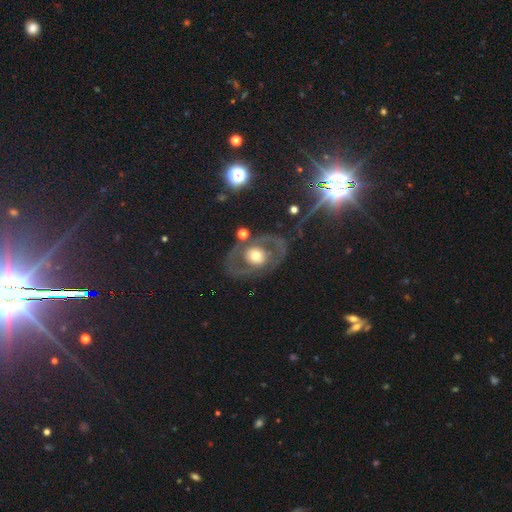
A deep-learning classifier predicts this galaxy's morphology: Smooth or featured?
  - featured or disk: 67% *
  - smooth: 26%
  - star or artifact: 8%
Edge-on disk?
  - no: 94% *
  - yes: 6%
Bar?
  - no: 77% *
  - weak: 16%
  - strong: 7%
Spiral arms?
  - no: 56% *
  - yes: 44%
Bulge size?
  - moderate: 60% *
  - large: 25%
  - small: 10%
  - dominant: 3%
  - none: 1%
Merging?
  - none: 71% *
  - minor disturbance: 14%
  - major disturbance: 11%
  - merger: 4%